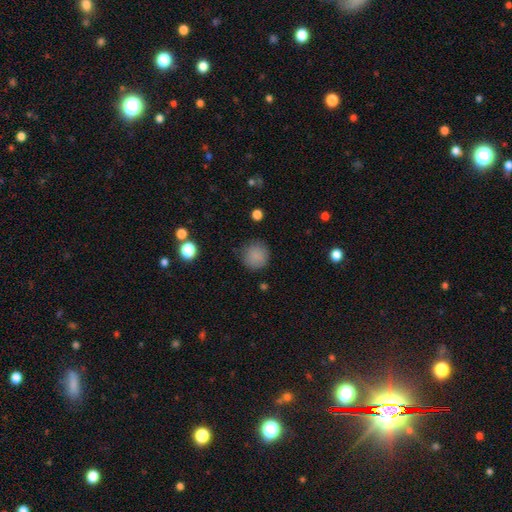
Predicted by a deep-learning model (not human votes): smooth_or_featured: smooth (p=0.85) [alt: star or artifact p=0.10]
how_rounded: round (p=0.93) [alt: in between p=0.06]
merging: none (p=0.82) [alt: minor disturbance p=0.13]